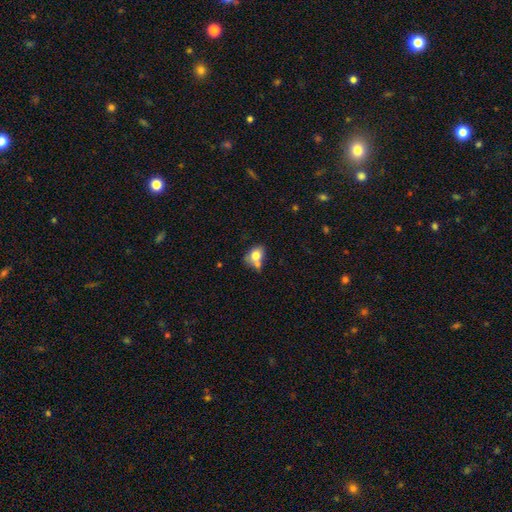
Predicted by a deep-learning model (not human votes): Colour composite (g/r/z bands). It shows a smooth galaxy with no disk features (75%) that is in between round and cigar-shaped (66%). Merging: none (38%).